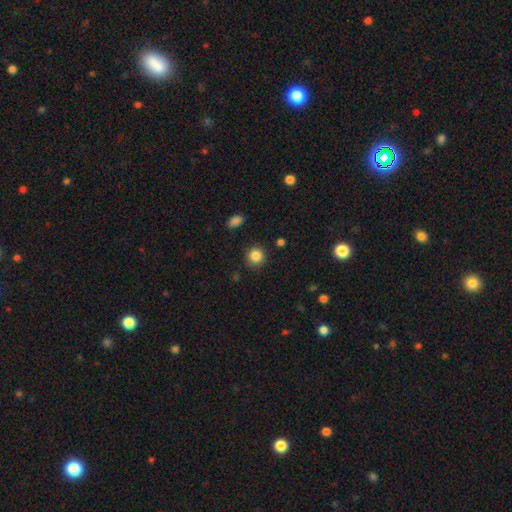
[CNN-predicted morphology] Overall: smooth (86%). How rounded: round (92%). Merging: none (89%).